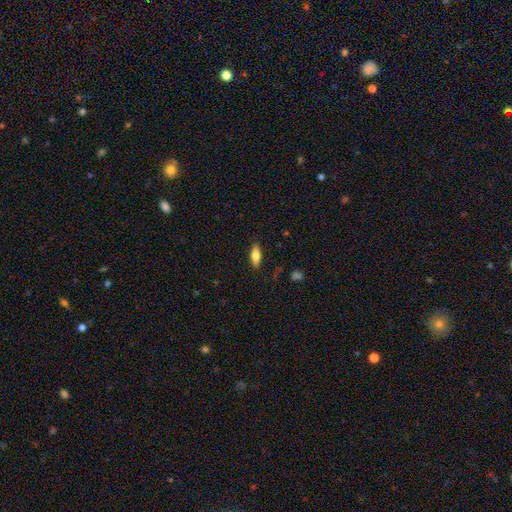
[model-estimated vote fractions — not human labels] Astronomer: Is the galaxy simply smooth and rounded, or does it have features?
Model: smooth — 66%.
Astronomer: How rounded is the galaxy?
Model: in between — 72%.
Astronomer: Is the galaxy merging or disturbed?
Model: none — 87%.